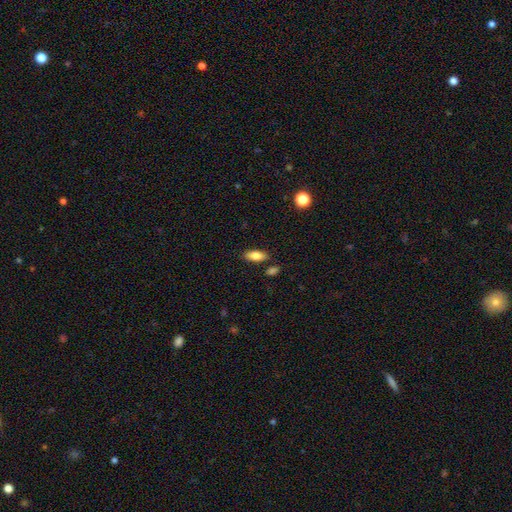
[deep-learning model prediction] A smooth galaxy with no disk features (80%) that is in between round and cigar-shaped (82%). Merging: none (83%).